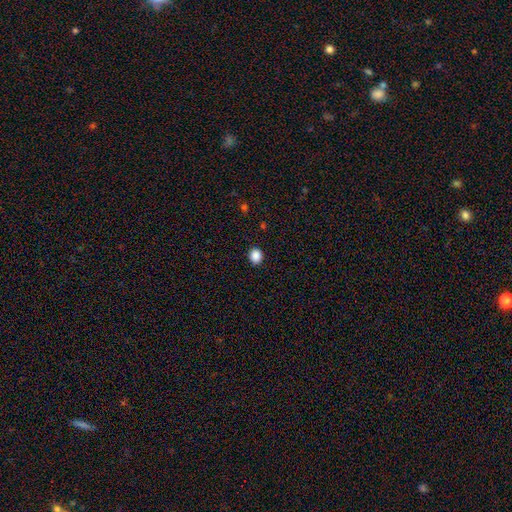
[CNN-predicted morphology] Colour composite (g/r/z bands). It shows a smooth galaxy with no disk features (88%) that is round (79%). Merging: none (91%).